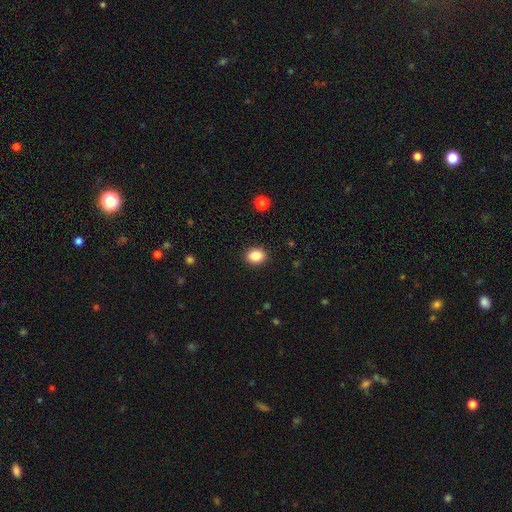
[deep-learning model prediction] Q: Smooth or featured?
A: smooth (87%); runner-up: star or artifact (9%)
Q: How rounded?
A: in between (57%); runner-up: round (42%)
Q: Merging?
A: none (90%); runner-up: minor disturbance (7%)